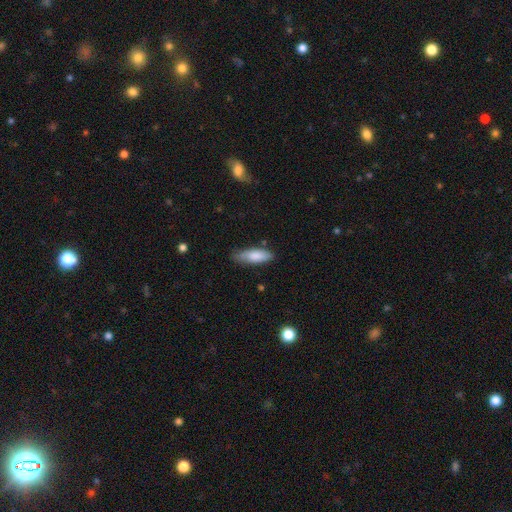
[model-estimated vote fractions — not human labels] smooth_or_featured: smooth (p=0.82) [alt: featured or disk p=0.12]
how_rounded: in between (p=0.60) [alt: cigar-shaped p=0.38]
merging: none (p=0.71) [alt: minor disturbance p=0.22]